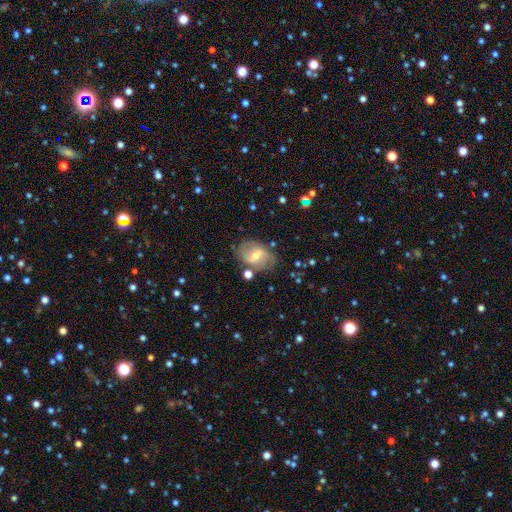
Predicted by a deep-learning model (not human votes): Smooth or featured? featured or disk (63%)
Edge-on disk? no (96%)
Bar? weak (54%)
Spiral arms? yes (78%)
Bulge size? moderate (56%)
Merging? none (71%)